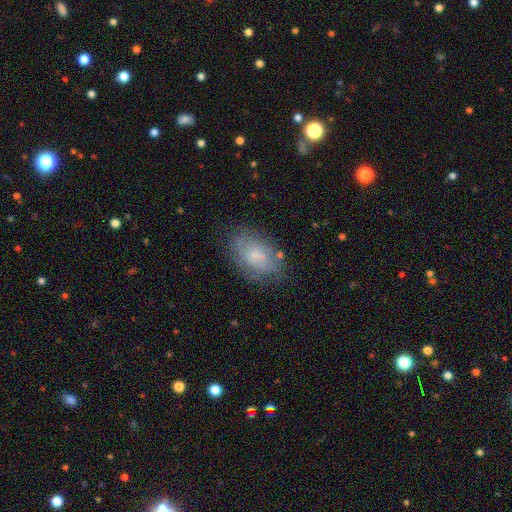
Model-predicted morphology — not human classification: smooth 63%, featured or disk 29%, star or artifact 8%. Down the decision tree: how rounded — in between (87%); merging — none (69%).